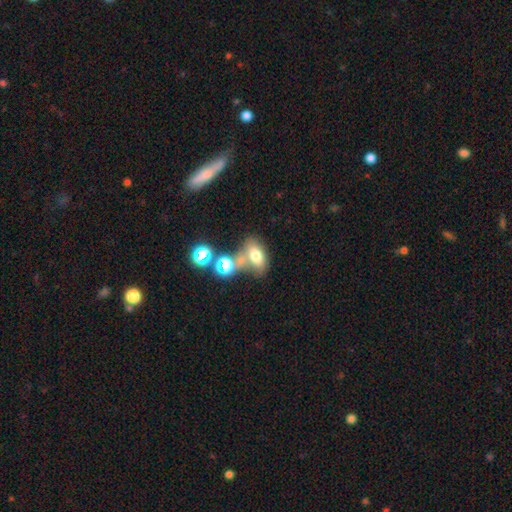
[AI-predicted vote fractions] This appears to be a smooth galaxy with no disk features (68%) that is in between round and cigar-shaped (82%). Merging: merger (39%).